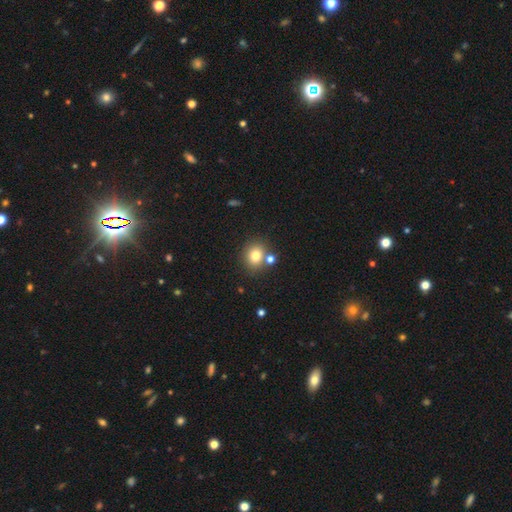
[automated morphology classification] type=smooth (77%); roundness=round (75%); merging=none (72%).